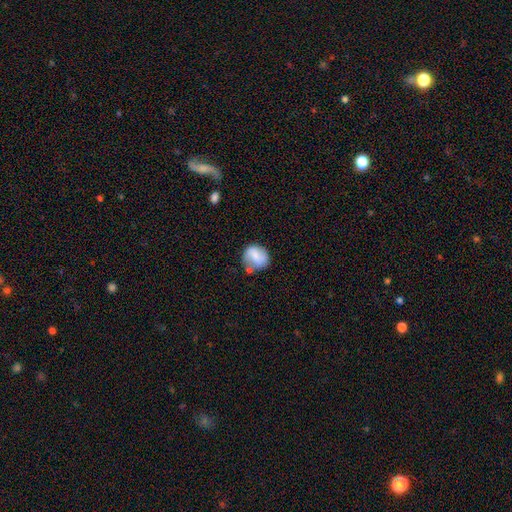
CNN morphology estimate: A smooth galaxy with no disk features (63%) that is round (75%).

Vote fractions:
- Smooth or featured? smooth: 63% / featured or disk: 29% / star or artifact: 8%
- How rounded? round: 75% / in between: 23% / cigar-shaped: 1%
- Merging? none: 59% / minor disturbance: 23% / merger: 10% / major disturbance: 7%